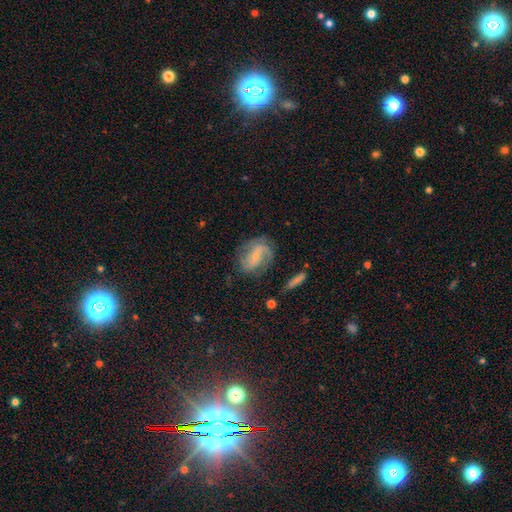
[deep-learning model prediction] smooth_or_featured: featured or disk (p=0.68) [alt: smooth p=0.24]
disk_edge_on: no (p=0.96) [alt: yes p=0.04]
bar: weak (p=0.45) [alt: no p=0.35]
has_spiral_arms: yes (p=0.87) [alt: no p=0.13]
spiral_winding: medium (p=0.40) [alt: loose p=0.36]
spiral_arm_count: 2 (p=0.67) [alt: can't tell p=0.16]
bulge_size: small (p=0.70) [alt: moderate p=0.21]
merging: none (p=0.64) [alt: minor disturbance p=0.22]